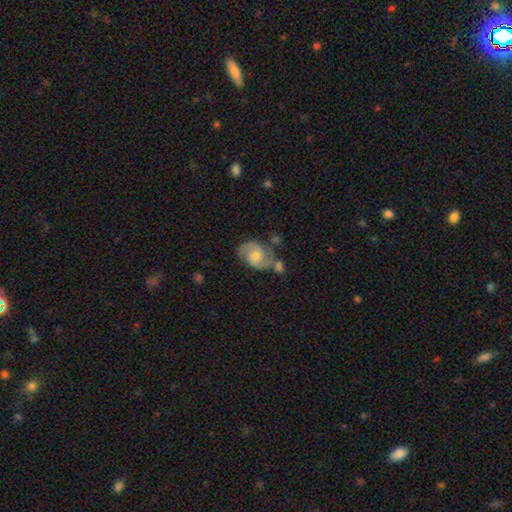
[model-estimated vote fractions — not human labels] This appears to be a featured or disk galaxy (76%) with no bar (58%), 2 (89%) medium (53%) spiral arms (94%) and a moderate central bulge (53%). Merging: none (53%).